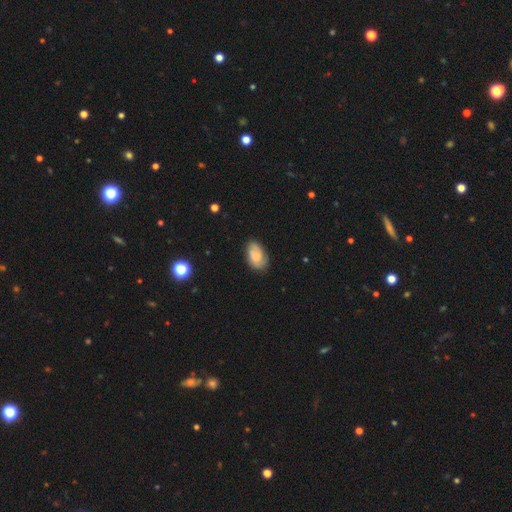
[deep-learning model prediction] This is likely a smooth galaxy (60%). How rounded: clearly in between (91%). Merging: likely none (70%).